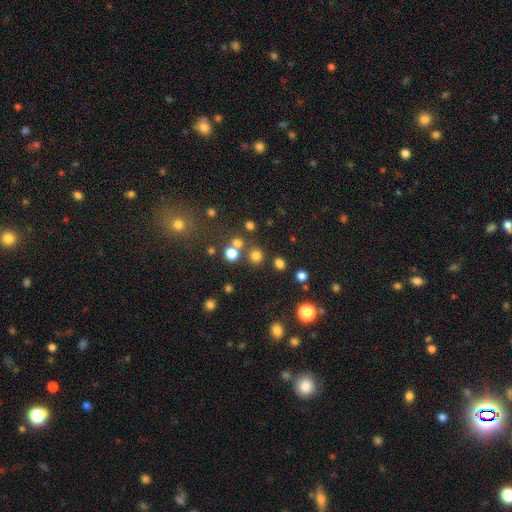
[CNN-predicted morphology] smooth 74%, star or artifact 20%, featured or disk 6%. Down the decision tree: how rounded — round (90%); merging — none (77%).